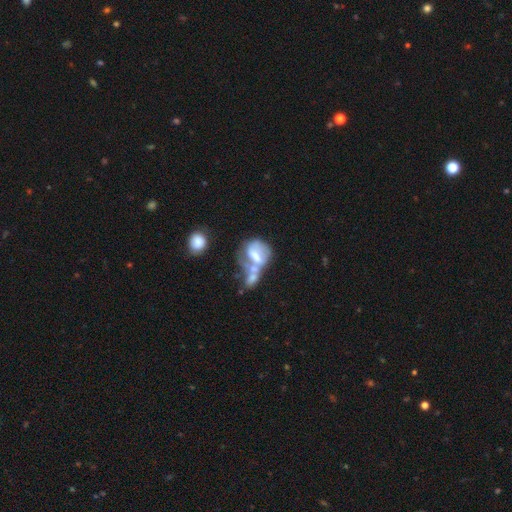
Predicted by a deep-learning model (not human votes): featured or disk 50%, smooth 41%, star or artifact 9%. Down the decision tree: edge-on disk — no (95%); merging — merger (57%).